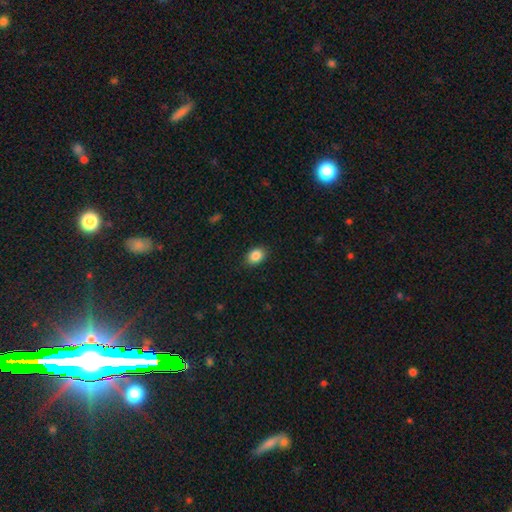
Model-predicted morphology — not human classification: A smooth galaxy with no disk features (87%) that is in between round and cigar-shaped (77%).

Vote fractions:
- Smooth or featured? smooth: 87% / star or artifact: 8% / featured or disk: 4%
- How rounded? in between: 77% / round: 22% / cigar-shaped: 1%
- Merging? none: 88% / minor disturbance: 9% / major disturbance: 2% / merger: 1%